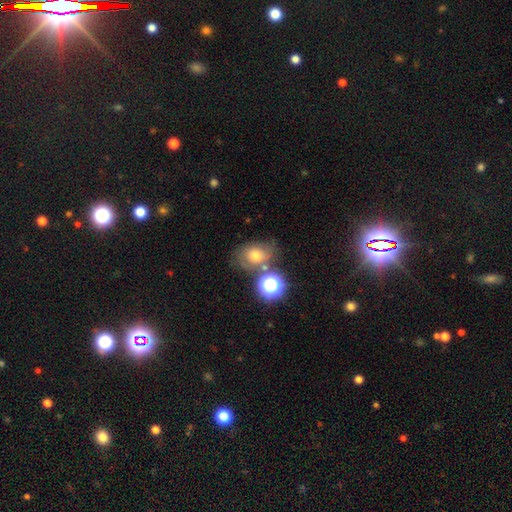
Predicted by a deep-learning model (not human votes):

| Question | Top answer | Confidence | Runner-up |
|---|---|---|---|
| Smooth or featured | smooth | 51% | featured or disk (28%) |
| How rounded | in between | 58% | round (41%) |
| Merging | none | 55% | minor disturbance (19%) |